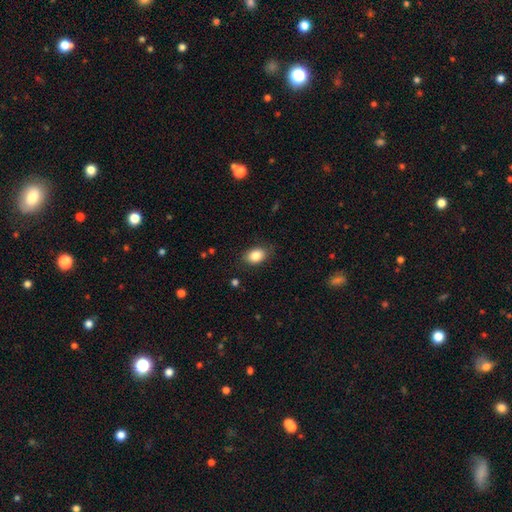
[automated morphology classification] type=smooth (84%); roundness=in between (78%); merging=none (81%).